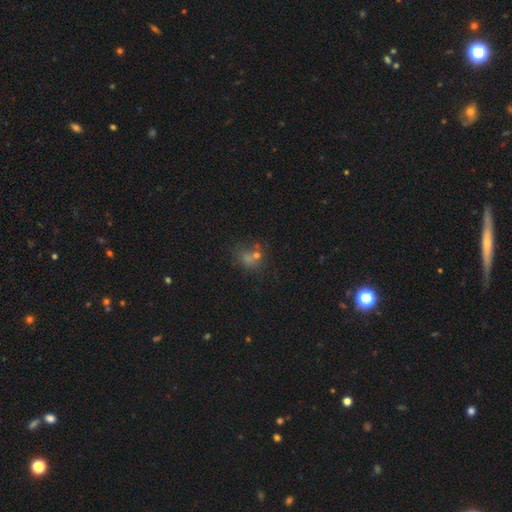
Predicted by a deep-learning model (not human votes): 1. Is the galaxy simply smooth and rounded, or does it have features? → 55% smooth, 30% star or artifact, 15% featured or disk.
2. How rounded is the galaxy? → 63% round, 35% in between, 2% cigar-shaped.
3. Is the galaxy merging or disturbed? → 46% none, 28% merger, 15% minor disturbance, 11% major disturbance.